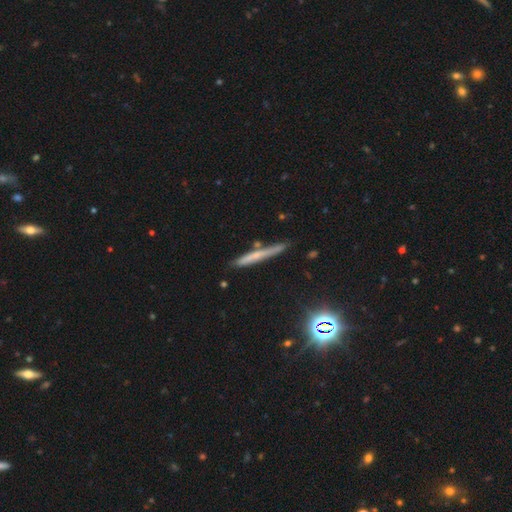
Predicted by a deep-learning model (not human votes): A smooth galaxy with no disk features (48%). Merging: none (78%).